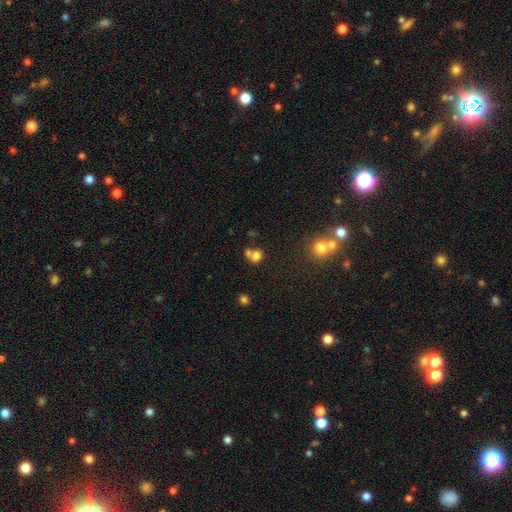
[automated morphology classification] Smooth or featured? smooth (75%)
How rounded? round (71%)
Merging? merger (45%)